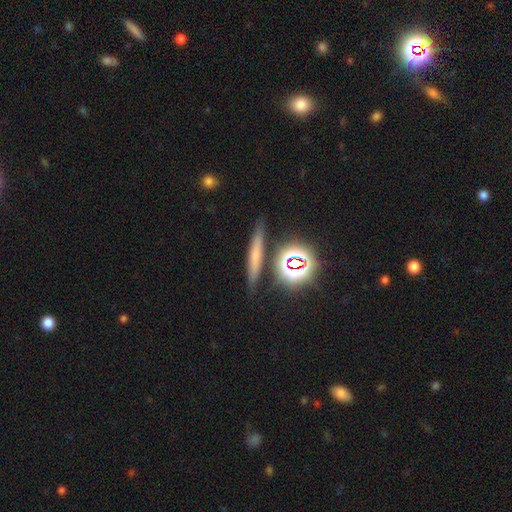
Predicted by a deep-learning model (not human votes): Overall: smooth (56%; featured or disk 23%). How rounded: cigar-shaped (83%). Merging: none (83%).